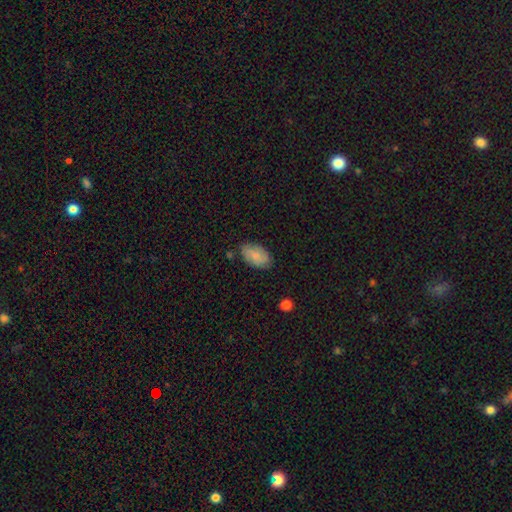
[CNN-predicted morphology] Overall: smooth (72%). How rounded: in between (93%). Merging: none (75%).